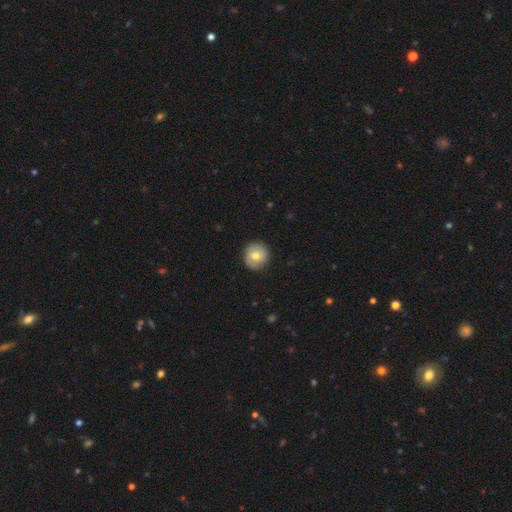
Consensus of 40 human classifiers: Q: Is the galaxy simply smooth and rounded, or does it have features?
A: smooth — 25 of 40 (62%).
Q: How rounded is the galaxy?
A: round — 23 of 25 (92%).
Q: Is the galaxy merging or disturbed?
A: none — 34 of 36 (94%).